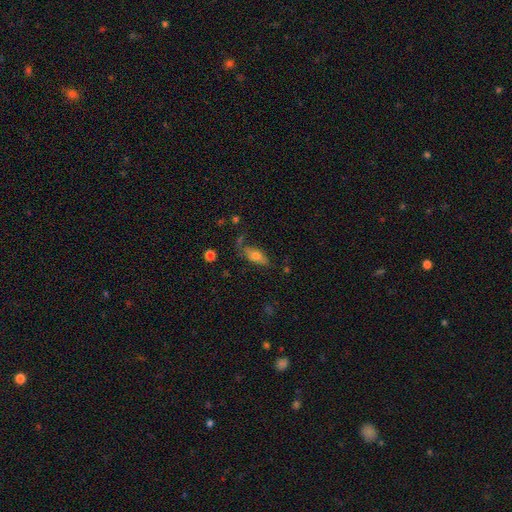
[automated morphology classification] This appears to be a smooth galaxy with no disk features (66%) that is in between round and cigar-shaped (77%). Merging: none (61%).